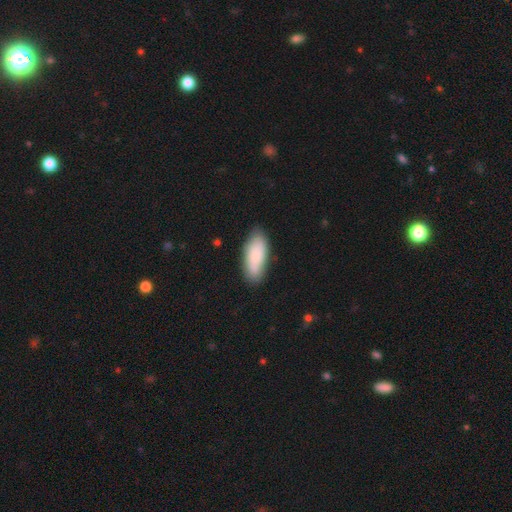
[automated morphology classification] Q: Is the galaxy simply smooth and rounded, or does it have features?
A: smooth — 82%.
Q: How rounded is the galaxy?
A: in between — 82%.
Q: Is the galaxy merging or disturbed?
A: none — 78%.